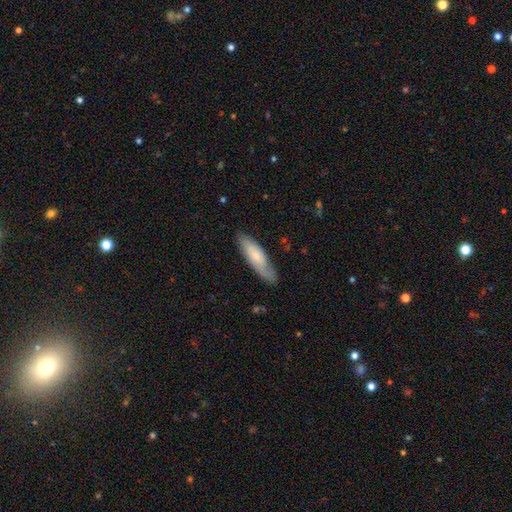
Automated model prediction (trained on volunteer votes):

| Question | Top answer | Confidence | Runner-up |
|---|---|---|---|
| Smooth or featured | smooth | 61% | featured or disk (34%) |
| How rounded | cigar-shaped | 55% | in between (43%) |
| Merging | none | 76% | minor disturbance (18%) |